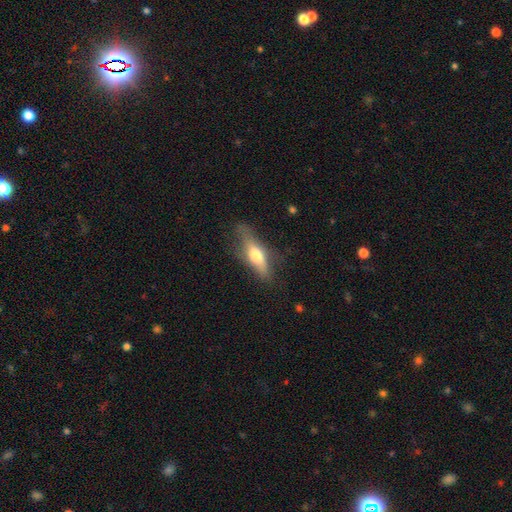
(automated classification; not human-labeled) smooth_or_featured: smooth (p=0.55) [alt: featured or disk p=0.38]
how_rounded: cigar-shaped (p=0.51) [alt: in between p=0.46]
merging: none (p=0.63) [alt: minor disturbance p=0.25]